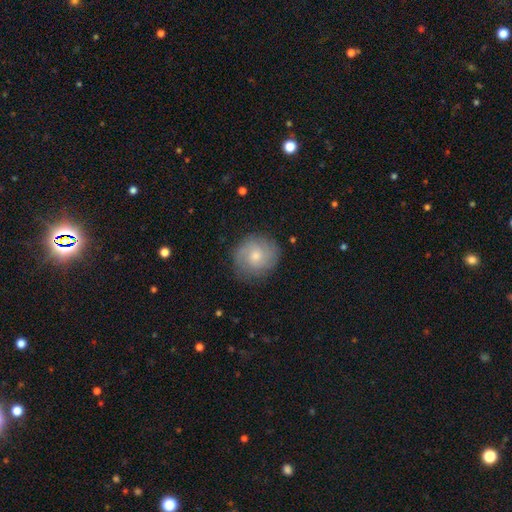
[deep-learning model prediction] Smooth or featured? featured or disk (54%)
Edge-on disk? no (98%)
Bar? no (71%)
Spiral arms? yes (88%)
Bulge size? small (50%)
Merging? none (81%)